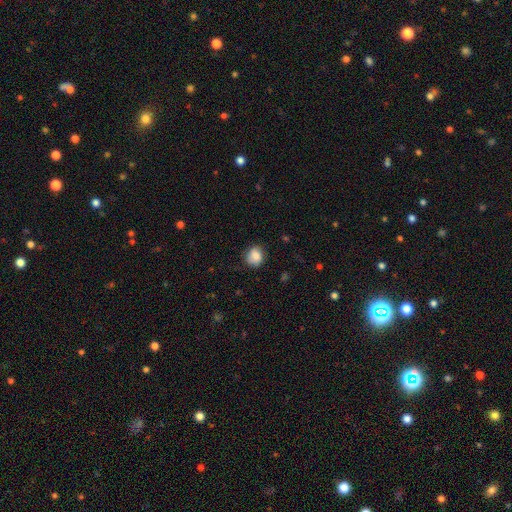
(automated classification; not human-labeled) This is clearly a smooth galaxy (81%). How rounded: likely round (73%). Merging: likely none (78%).